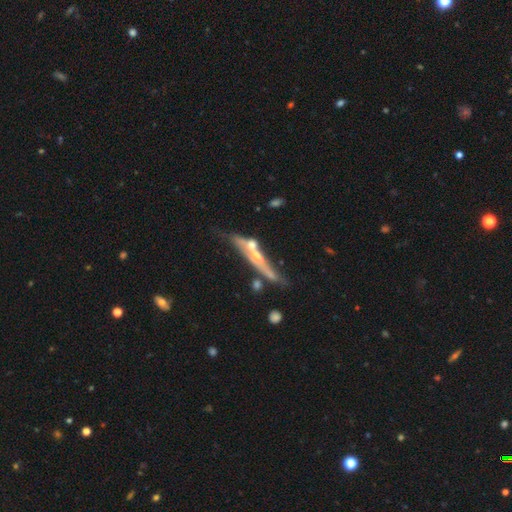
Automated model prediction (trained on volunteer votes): Q: Smooth or featured?
A: featured or disk (70%); runner-up: smooth (22%)
Q: Edge-on disk?
A: yes (81%); runner-up: no (19%)
Q: Edge-on bulge?
A: rounded (70%); runner-up: none (24%)
Q: Merging?
A: none (46%); runner-up: merger (24%)